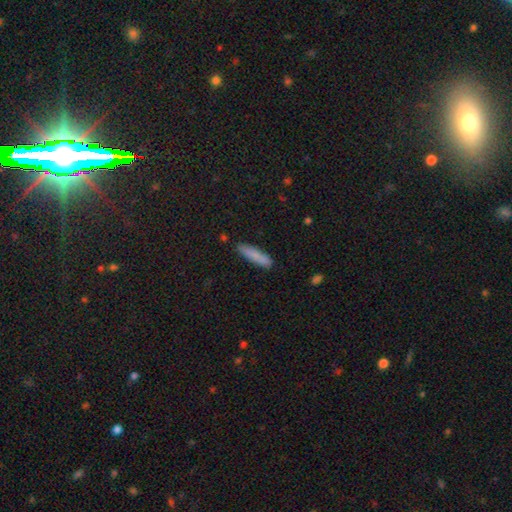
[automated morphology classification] type=smooth (84%); roundness=cigar-shaped (85%); merging=none (85%).